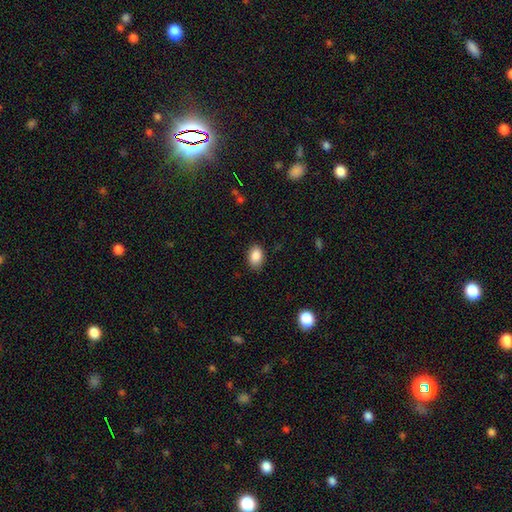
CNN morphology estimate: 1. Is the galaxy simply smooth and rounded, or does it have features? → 88% smooth, 8% star or artifact, 4% featured or disk.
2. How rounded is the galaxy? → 85% in between, 14% round, 1% cigar-shaped.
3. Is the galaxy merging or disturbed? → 85% none, 12% minor disturbance, 3% major disturbance, 1% merger.